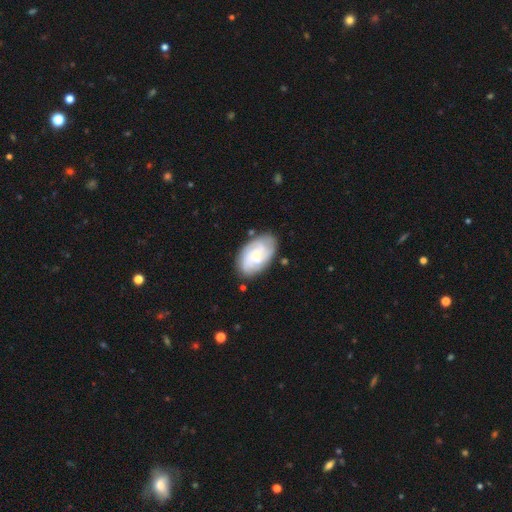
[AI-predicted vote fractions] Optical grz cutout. It shows a featured or disk galaxy (66%) with no bar (73%), tight (59%) spiral arms (87%) and a small central bulge (64%). Merging: none (75%).